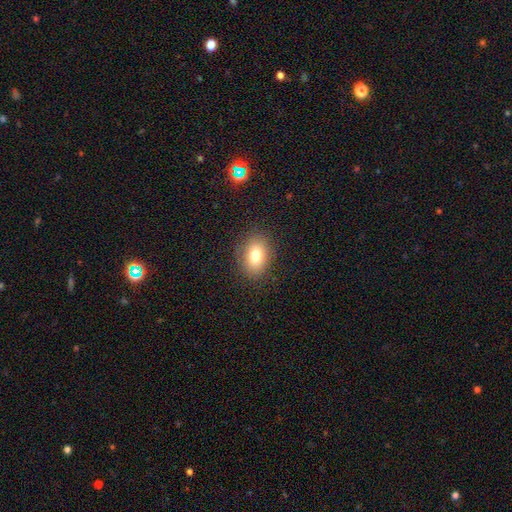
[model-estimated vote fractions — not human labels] smooth-or-featured: smooth: 78% | featured or disk: 12% | star or artifact: 10%
  how-rounded: in between: 77% | round: 22% | cigar-shaped: 1%
  merging: none: 86% | minor disturbance: 10% | major disturbance: 3% | merger: 1%